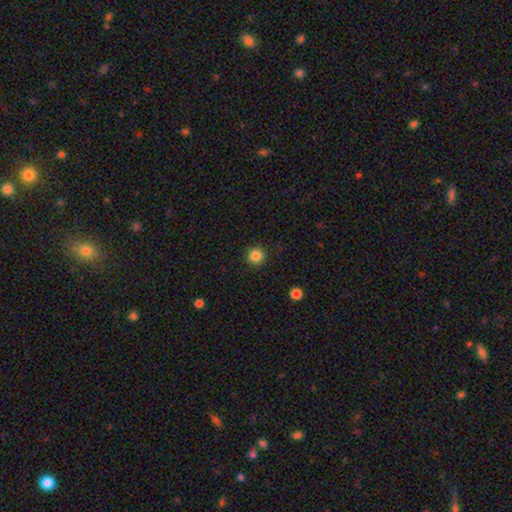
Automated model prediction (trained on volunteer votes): smooth_or_featured: smooth (p=0.85) [alt: star or artifact p=0.11]
how_rounded: round (p=0.95) [alt: in between p=0.04]
merging: none (p=0.92) [alt: minor disturbance p=0.05]